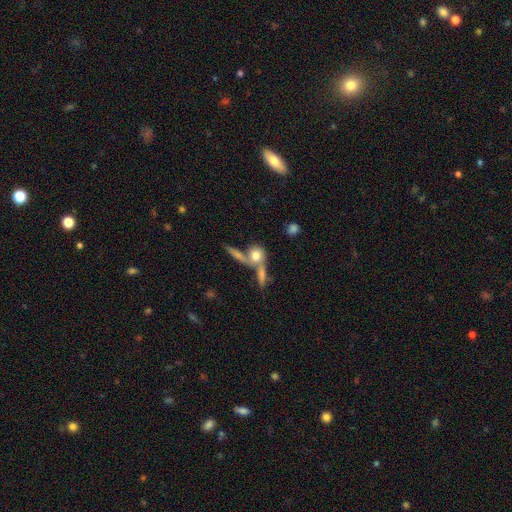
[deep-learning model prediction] Overall: smooth (64%; featured or disk 25%). How rounded: round (58%; in between 26%). Merging: merger (46%; none 37%).